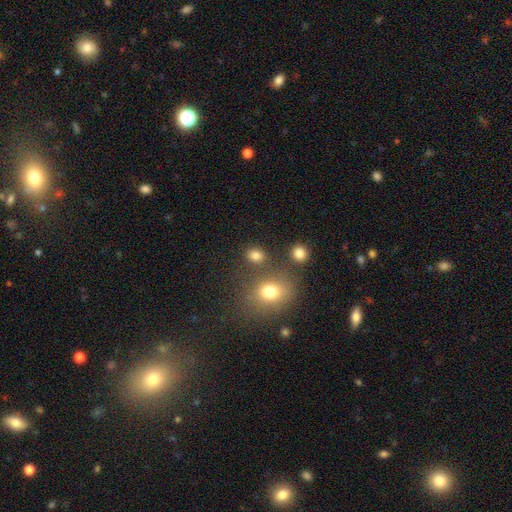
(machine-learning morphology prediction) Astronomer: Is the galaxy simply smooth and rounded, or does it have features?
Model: smooth — 79%.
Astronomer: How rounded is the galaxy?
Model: round — 51% (runner-up: in between, 48%).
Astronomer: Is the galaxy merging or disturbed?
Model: none — 73%.